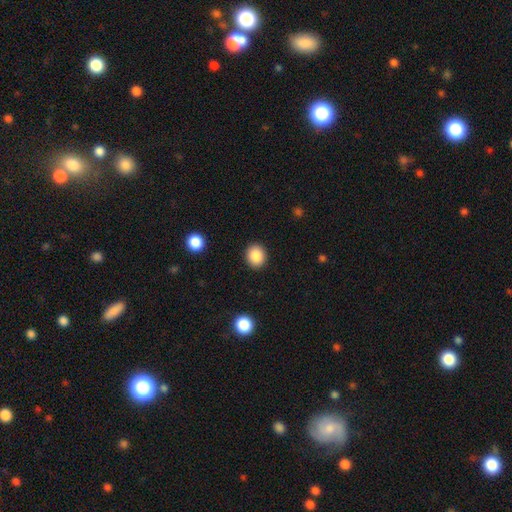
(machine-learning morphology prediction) The model was most divided on "how rounded": round: 76%, in between: 23%, cigar-shaped: 1%. More confident: merging — none (91%); smooth or featured — smooth (87%).